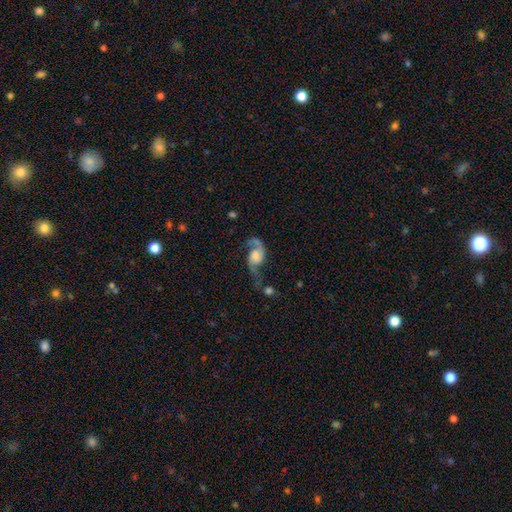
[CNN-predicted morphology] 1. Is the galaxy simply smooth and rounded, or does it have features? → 82% featured or disk, 12% smooth, 7% star or artifact.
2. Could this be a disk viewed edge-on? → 97% no, 3% yes.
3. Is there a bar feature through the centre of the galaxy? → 65% no, 29% weak, 6% strong.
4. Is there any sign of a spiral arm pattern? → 95% yes, 5% no.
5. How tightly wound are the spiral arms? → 72% loose, 23% medium, 6% tight.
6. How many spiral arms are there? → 86% 2, 9% 1, 2% can't tell, 1% 3, 1% 4, 1% more than 4.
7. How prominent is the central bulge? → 31% large, 30% moderate, 18% small, 15% none, 6% dominant.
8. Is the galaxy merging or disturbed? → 41% none, 26% major disturbance, 19% minor disturbance, 14% merger.